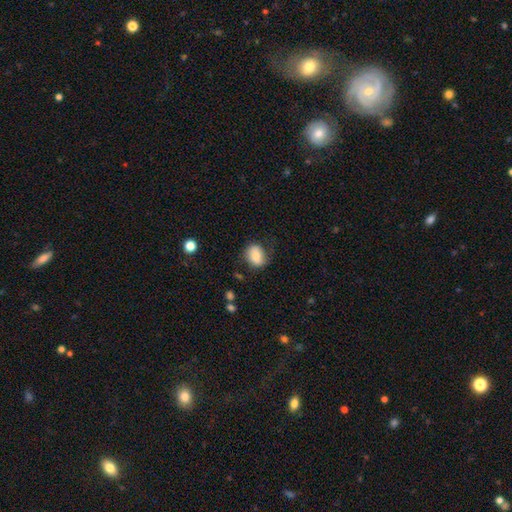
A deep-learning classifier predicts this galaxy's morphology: This appears to be a smooth galaxy with no disk features (74%) that is in between round and cigar-shaped (52%). Merging: none (69%).